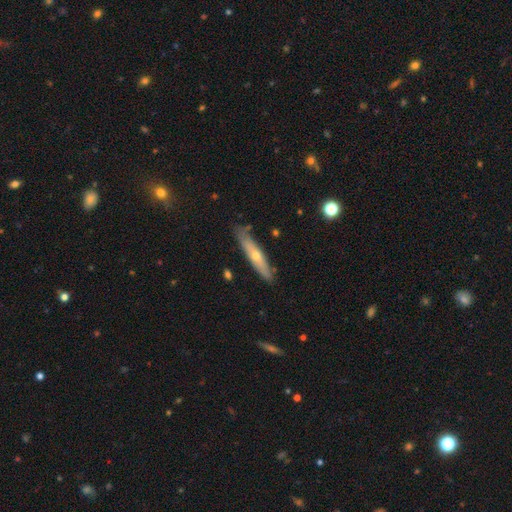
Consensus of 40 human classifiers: A featured or disk galaxy (62%) viewed edge-on (80%) with a rounded central bulge (85%).

Vote fractions:
- Smooth or featured? featured or disk: 62% / smooth: 30% / star or artifact: 8%
- Edge-on disk? yes: 80% / no: 20%
- Edge-on bulge? rounded: 85% / none: 10% / boxy: 5%
- Merging? none: 76% / minor disturbance: 19% / merger: 5% / major disturbance: 0%